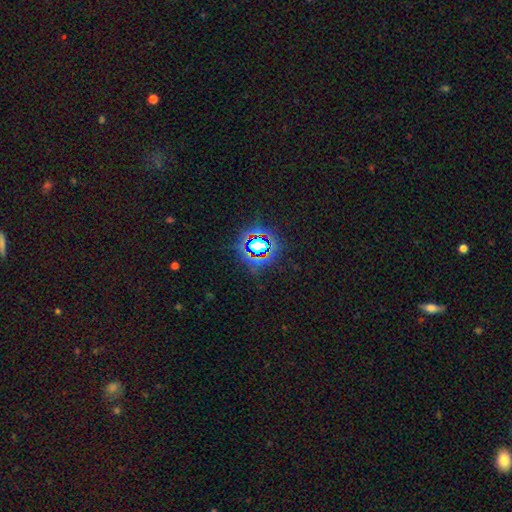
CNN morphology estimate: Overall: star or artifact (73%).